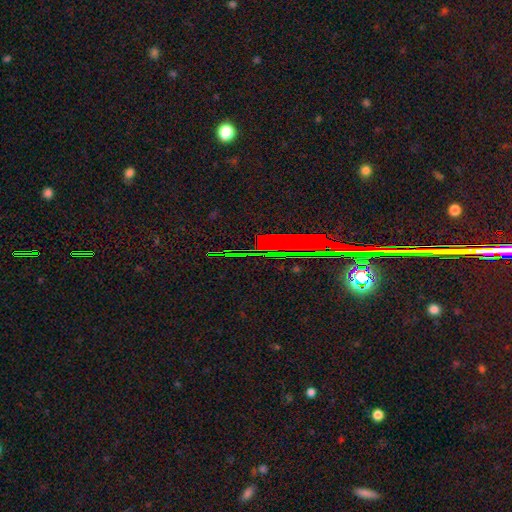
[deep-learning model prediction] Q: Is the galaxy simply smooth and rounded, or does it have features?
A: star or artifact — 78%.